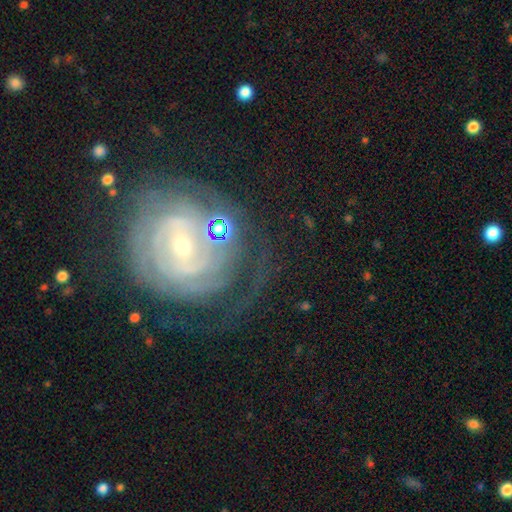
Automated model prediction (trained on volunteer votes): smooth-or-featured: featured or disk: 81% | smooth: 10% | star or artifact: 9%
  disk-edge-on: no: 97% | yes: 3%
    bar: no: 45% | weak: 38% | strong: 17%
    has-spiral-arms: yes: 90% | no: 10%
      spiral-winding: tight: 78% | medium: 17% | loose: 5%
      spiral-arm-count: can't tell: 45% | 2: 20% | 3: 12% | 4: 10% | more than 4: 8% | 1: 6%
    bulge-size: small: 72% | moderate: 24% | large: 2% | none: 1% | dominant: 1%
  merging: none: 63% | minor disturbance: 17% | major disturbance: 13% | merger: 7%